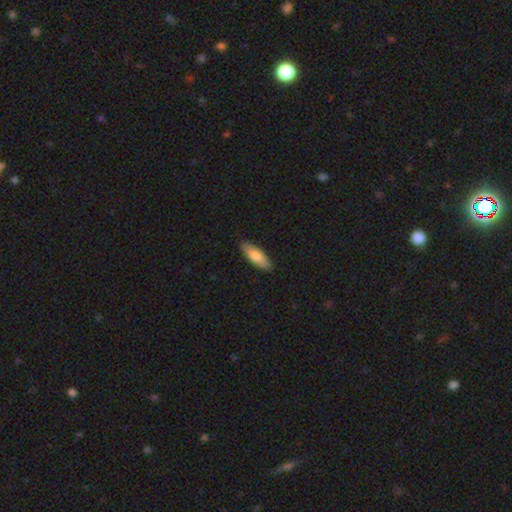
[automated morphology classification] This appears to be a smooth galaxy with no disk features (78%) that is in between round and cigar-shaped (57%). Merging: none (89%).